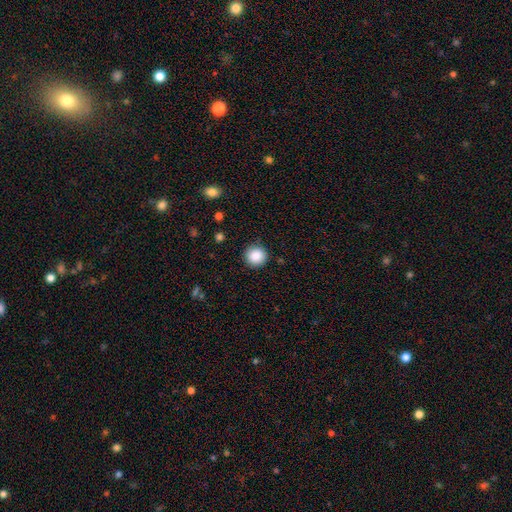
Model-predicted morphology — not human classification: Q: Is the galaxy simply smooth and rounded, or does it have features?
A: smooth — 87%.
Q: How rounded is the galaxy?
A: round — 95%.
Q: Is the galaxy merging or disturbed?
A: none — 89%.